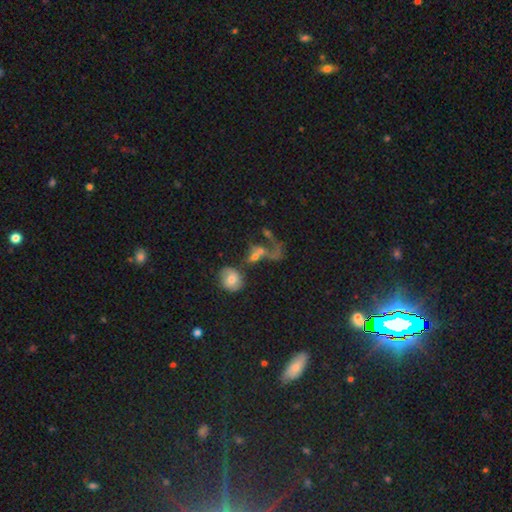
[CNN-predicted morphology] smooth-or-featured: featured or disk: 41% (tied) | smooth: 41% (tied) | star or artifact: 17%
  merging: merger: 36% | major disturbance: 30% | none: 23% | minor disturbance: 11%